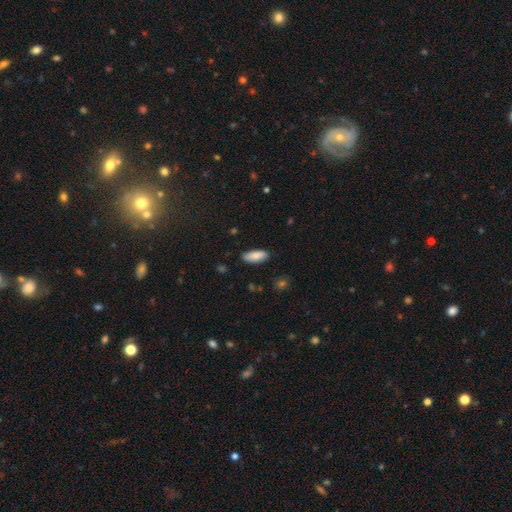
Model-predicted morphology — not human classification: A smooth galaxy with no disk features (86%) that is in between round and cigar-shaped (77%). Merging: none (86%).